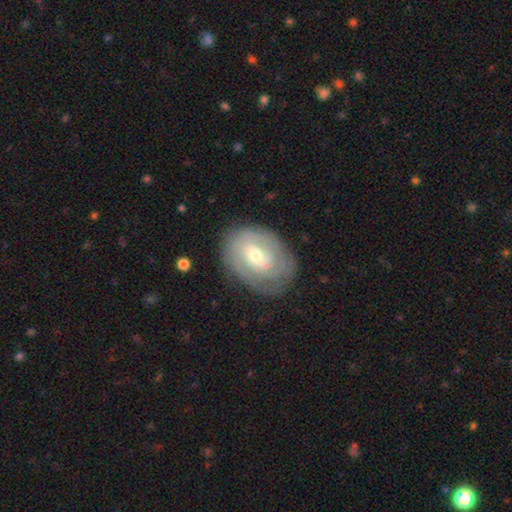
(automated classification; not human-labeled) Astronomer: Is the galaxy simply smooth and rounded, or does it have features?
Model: featured or disk — 68%.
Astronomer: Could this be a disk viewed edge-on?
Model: no — 96%.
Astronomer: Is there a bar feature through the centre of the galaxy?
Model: weak — 47% (runner-up: no, 42%).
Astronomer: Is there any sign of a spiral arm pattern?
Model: yes — 78%.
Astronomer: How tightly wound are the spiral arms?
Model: tight — 65%.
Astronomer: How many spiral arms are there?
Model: can't tell — 46% (runner-up: 2, 31%).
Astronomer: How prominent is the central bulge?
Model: moderate — 53% (runner-up: small, 42%).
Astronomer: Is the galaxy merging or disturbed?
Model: none — 71%.